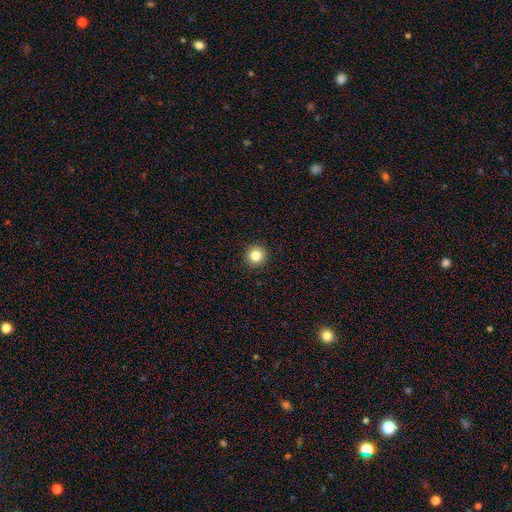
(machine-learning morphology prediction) This is clearly a smooth galaxy (83%). How rounded: clearly round (94%). Merging: clearly none (93%).